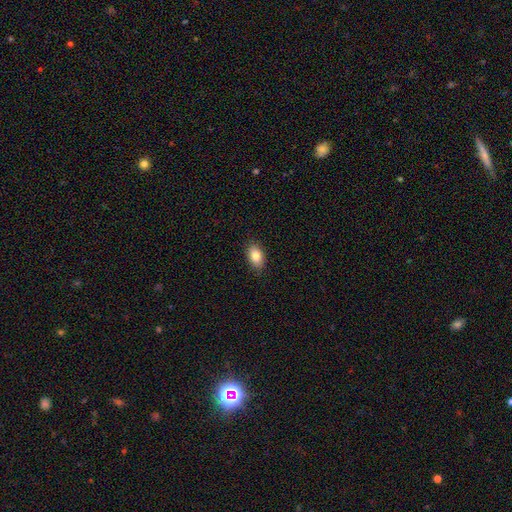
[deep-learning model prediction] smooth 85%, star or artifact 8%, featured or disk 7%. Down the decision tree: how rounded — in between (91%); merging — none (88%).